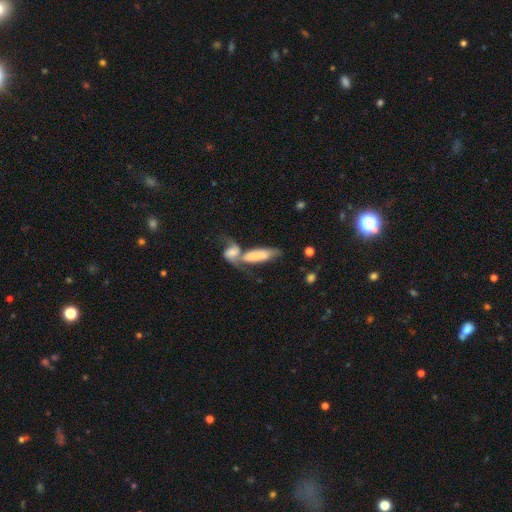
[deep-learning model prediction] Smooth or featured: smooth — 61% (featured or disk — 32%)
How rounded: in between — 59% (cigar-shaped — 38%)
Merging: merger — 69% (none — 15%)